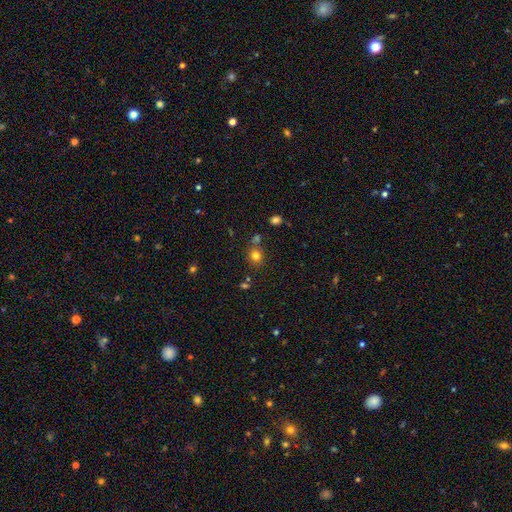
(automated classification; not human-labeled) A smooth galaxy with no disk features (77%) that is round (84%). Merging: none (71%).